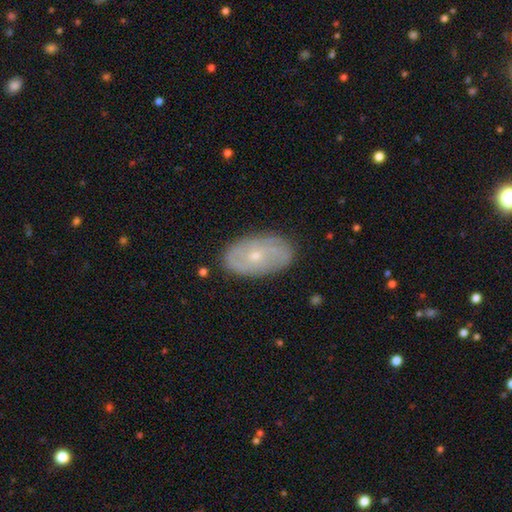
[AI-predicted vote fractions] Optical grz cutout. It shows a featured or disk galaxy (57%) with no bar (77%), spiral arms (63%) and a small central bulge (68%). Merging: none (83%).